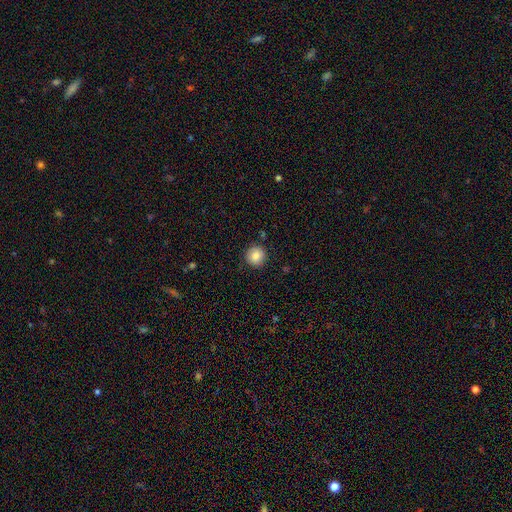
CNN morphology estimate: smooth-or-featured: smooth: 85% | star or artifact: 9% | featured or disk: 6%
  how-rounded: round: 95% | in between: 4% | cigar-shaped: 1%
  merging: none: 90% | minor disturbance: 6% | major disturbance: 2% | merger: 1%